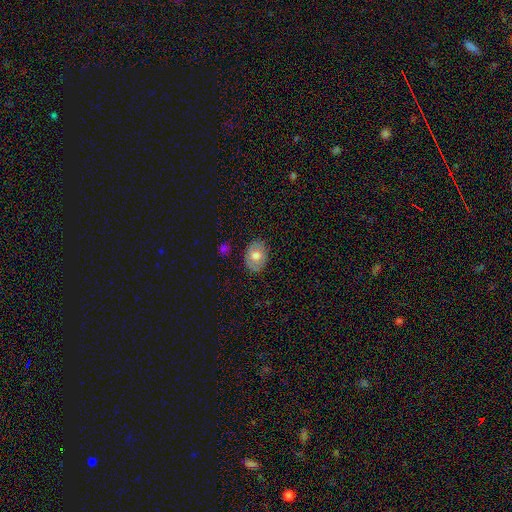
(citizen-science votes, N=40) This is likely a smooth galaxy (60%). How rounded: likely in between (62%). Merging: clearly none (90%).